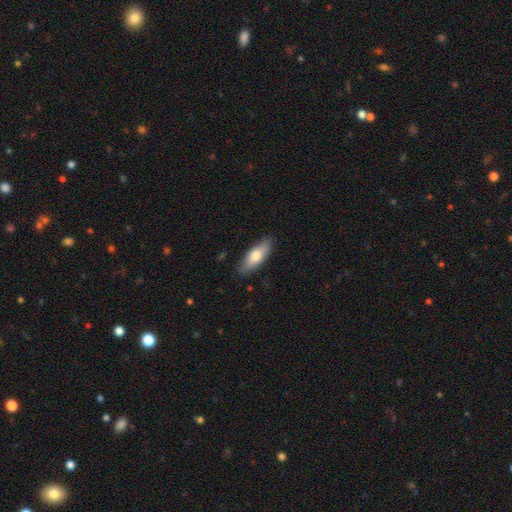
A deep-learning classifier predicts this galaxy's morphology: Q: Smooth or featured?
A: smooth (72%); runner-up: featured or disk (22%)
Q: How rounded?
A: in between (66%); runner-up: cigar-shaped (32%)
Q: Merging?
A: none (85%); runner-up: minor disturbance (12%)